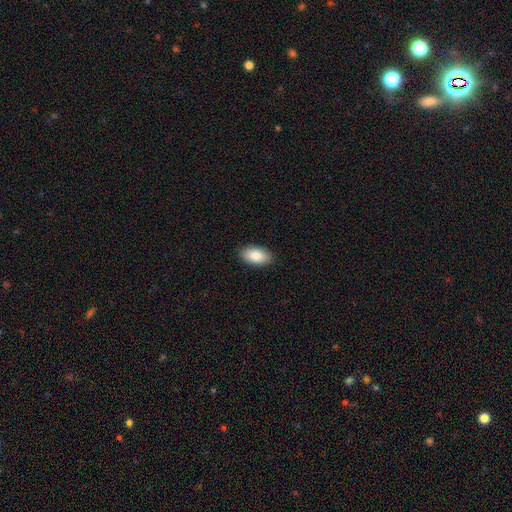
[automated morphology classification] This is clearly a smooth galaxy (87%). How rounded: clearly in between (94%). Merging: clearly none (89%).